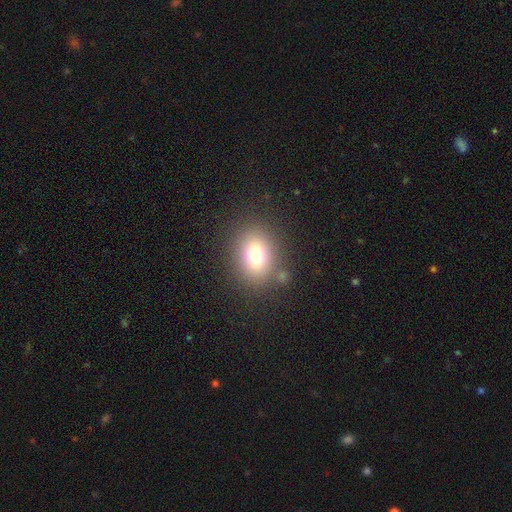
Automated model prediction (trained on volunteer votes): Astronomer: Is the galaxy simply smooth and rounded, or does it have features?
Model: smooth — 73%.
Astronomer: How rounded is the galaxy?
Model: round — 51% (runner-up: in between, 48%).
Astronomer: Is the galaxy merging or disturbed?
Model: none — 80%.